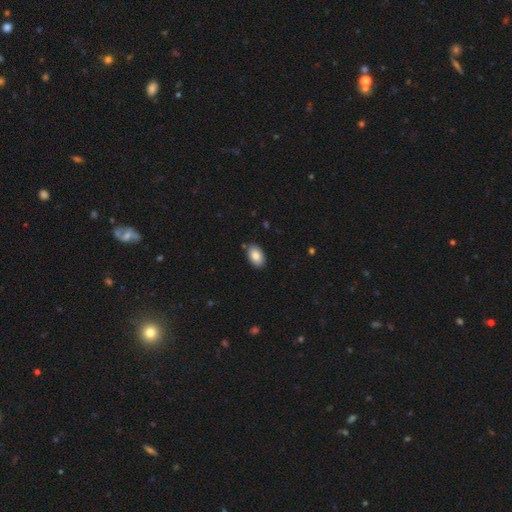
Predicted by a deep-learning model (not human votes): Smooth or featured? Predicted: smooth (p=0.85). How rounded? Predicted: in between (p=0.92). Merging? Predicted: none (p=0.86).